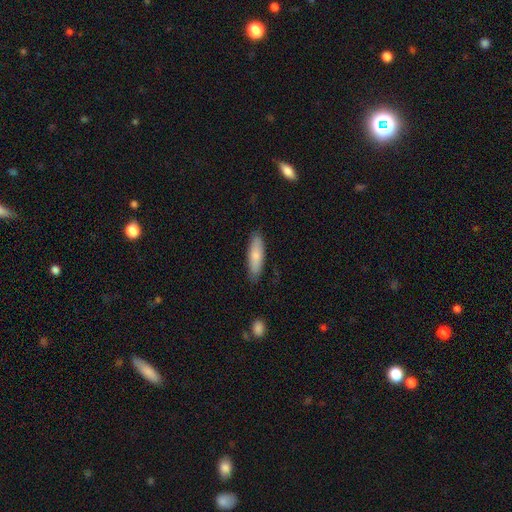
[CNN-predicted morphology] Overall: smooth (75%). How rounded: cigar-shaped (55%; in between 43%). Merging: none (85%).